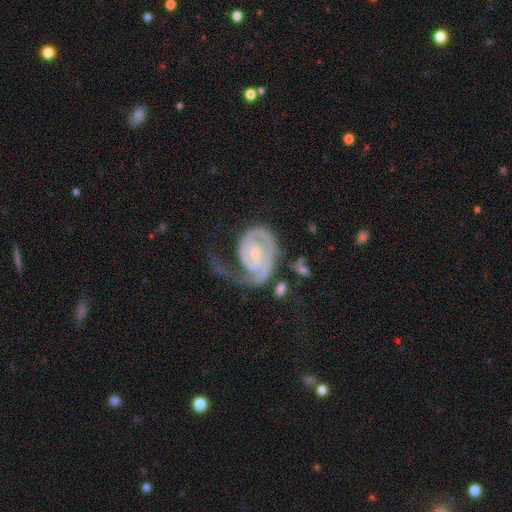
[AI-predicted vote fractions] Smooth or featured: featured or disk — 88% (smooth — 7%)
Edge-on disk: no — 97% (yes — 3%)
Bar: no — 46% (weak — 39%)
Spiral arms: yes — 96% (no — 4%)
Spiral winding: tight — 52% (medium — 35%)
Spiral arm count: 2 — 45% (1 — 34%)
Bulge size: small — 68% (moderate — 26%)
Merging: major disturbance — 42% (none — 32%)